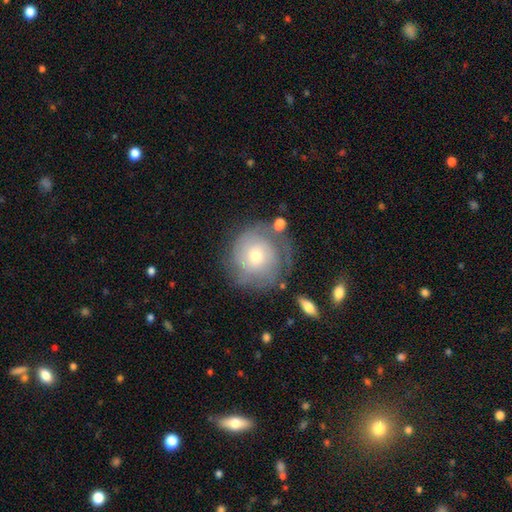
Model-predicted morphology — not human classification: featured or disk 65%, smooth 28%, star or artifact 8%. Down the decision tree: edge-on disk — no (97%); bar — no (79%); spiral arms — yes (86%); spiral arm count — can't tell (44%); spiral winding — tight (70%); bulge size — small (48%); merging — none (65%).